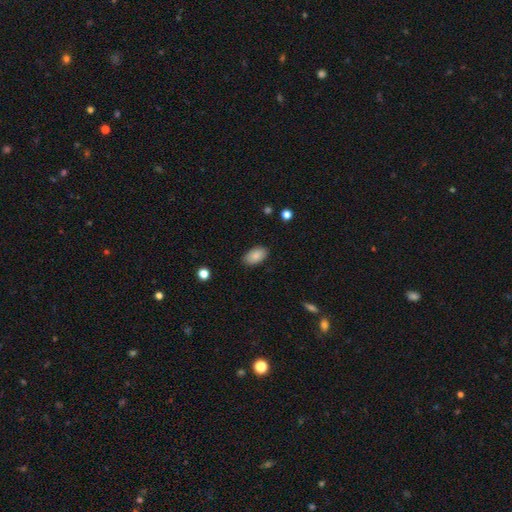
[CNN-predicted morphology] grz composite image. It shows a smooth galaxy with no disk features (87%) that is in between round and cigar-shaped (94%). Merging: none (86%).